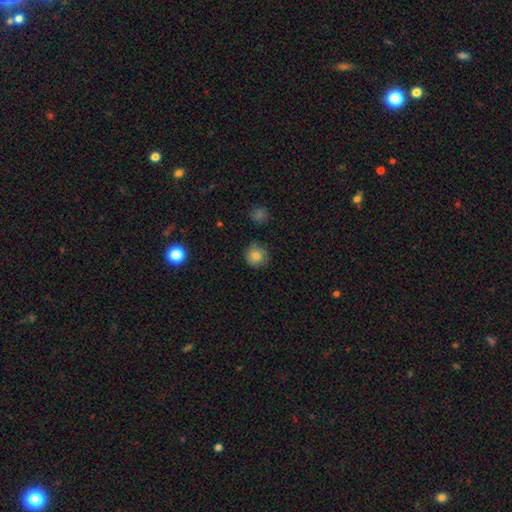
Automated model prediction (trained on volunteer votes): smooth-or-featured: smooth: 80% | star or artifact: 11% | featured or disk: 9%
  how-rounded: round: 93% | in between: 6% | cigar-shaped: 1%
  merging: none: 82% | minor disturbance: 13% | major disturbance: 3% | merger: 2%